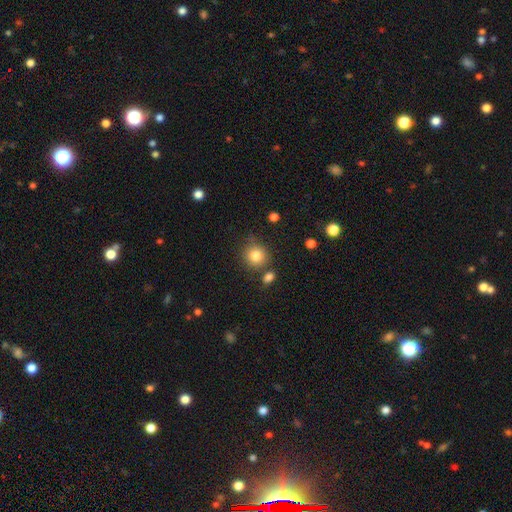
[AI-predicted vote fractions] This is clearly a smooth galaxy (82%). How rounded: clearly round (89%). Merging: likely none (74%).